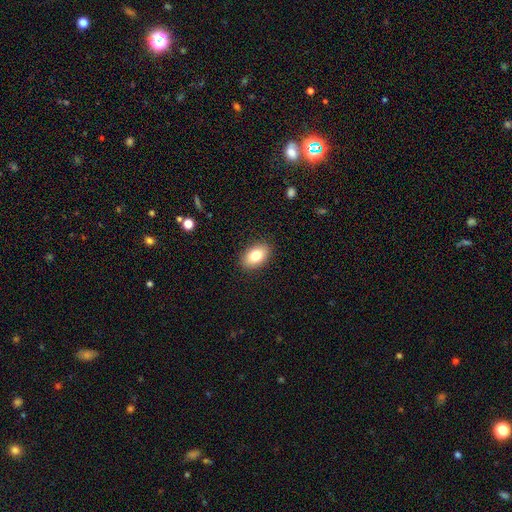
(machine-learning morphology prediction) smooth 82%, featured or disk 10%, star or artifact 8%. Down the decision tree: how rounded — in between (90%); merging — none (88%).